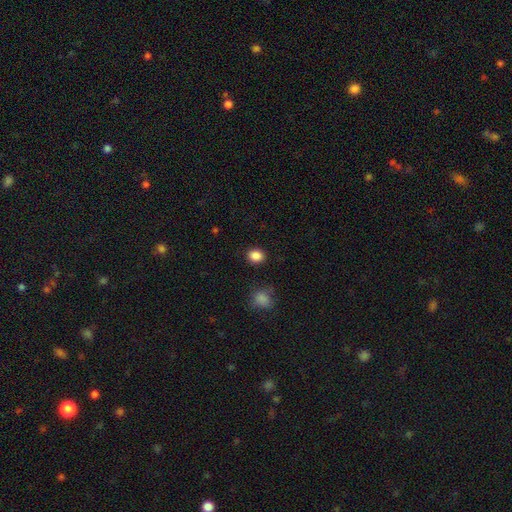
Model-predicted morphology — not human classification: Smooth or featured? smooth (87%)
How rounded? round (60%)
Merging? none (88%)